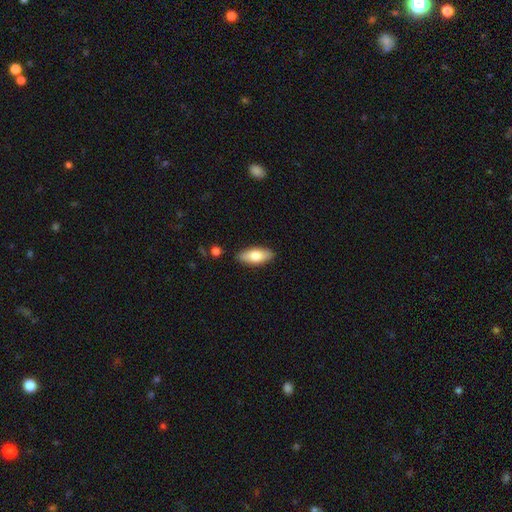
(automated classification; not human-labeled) smooth_or_featured: smooth (p=0.76) [alt: featured or disk p=0.18]
how_rounded: in between (p=0.80) [alt: cigar-shaped p=0.18]
merging: none (p=0.87) [alt: minor disturbance p=0.09]